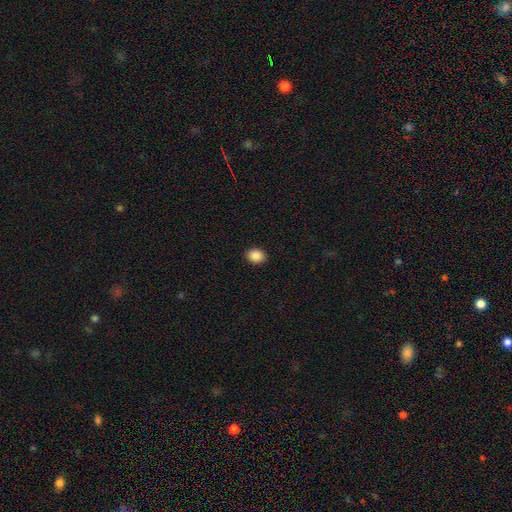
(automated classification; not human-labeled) Overall: smooth (89%). How rounded: in between (53%; round 46%). Merging: none (91%).